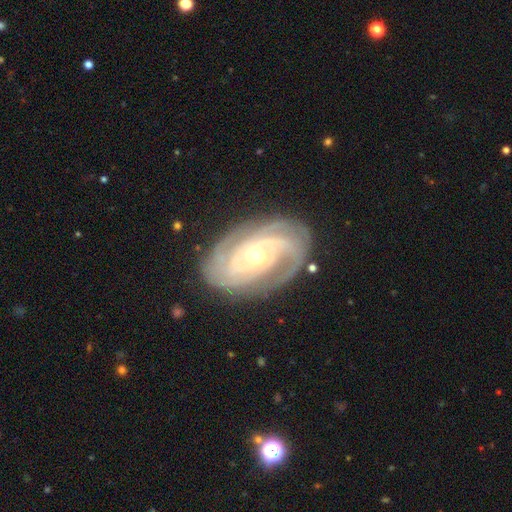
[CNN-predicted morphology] This is clearly a featured or disk galaxy (89%). It is clearly not viewed edge-on (96%). Bar: likely no (67%). Spiral arm pattern: clearly yes (97%). Spiral arm count: marginally 2 (28%). Spiral winding: likely tight (70%). Central bulge: likely small (62%). Merging: likely none (80%).